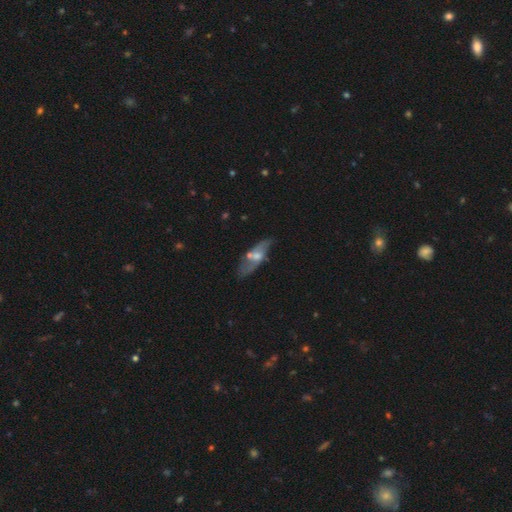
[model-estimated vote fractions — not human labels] Overall: featured or disk (57%; smooth 36%). Edge-on disk: no (74%). Merging: none (53%; minor disturbance 22%).